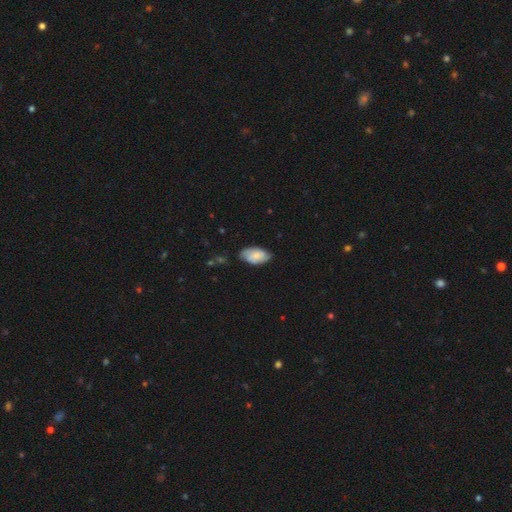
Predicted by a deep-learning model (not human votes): Smooth or featured: smooth — 68% (featured or disk — 26%)
How rounded: in between — 94% (round — 3%)
Merging: none — 71% (minor disturbance — 23%)